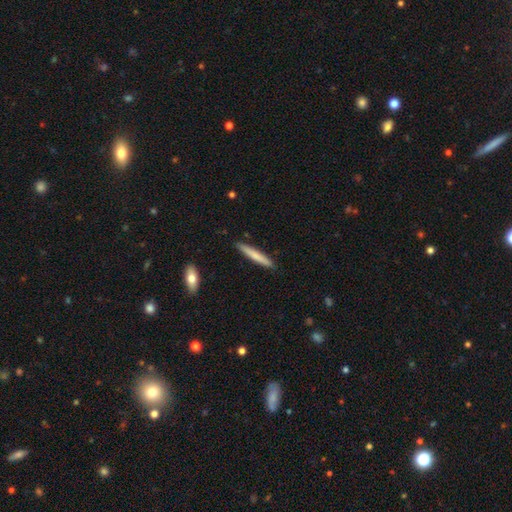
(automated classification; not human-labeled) Overall: smooth (72%). How rounded: cigar-shaped (95%). Merging: none (89%).